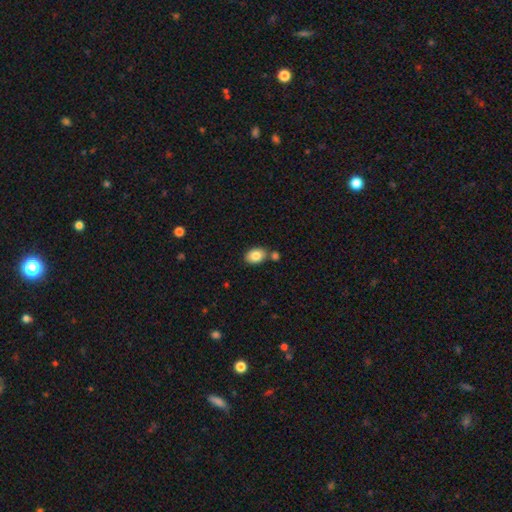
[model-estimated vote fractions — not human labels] The model was most divided on "merging": none: 70%, merger: 15%, minor disturbance: 12%, major disturbance: 3%. More confident: smooth or featured — smooth (84%); how rounded — in between (82%).